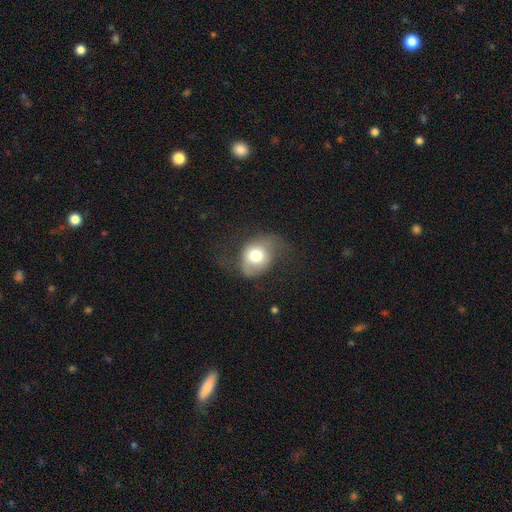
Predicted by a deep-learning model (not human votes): Smooth or featured?
  - smooth: 64% *
  - featured or disk: 28%
  - star or artifact: 9%
How rounded?
  - round: 50% *
  - in between: 49%
  - cigar-shaped: 1%
Merging?
  - none: 37% *
  - minor disturbance: 31%
  - major disturbance: 30%
  - merger: 2%